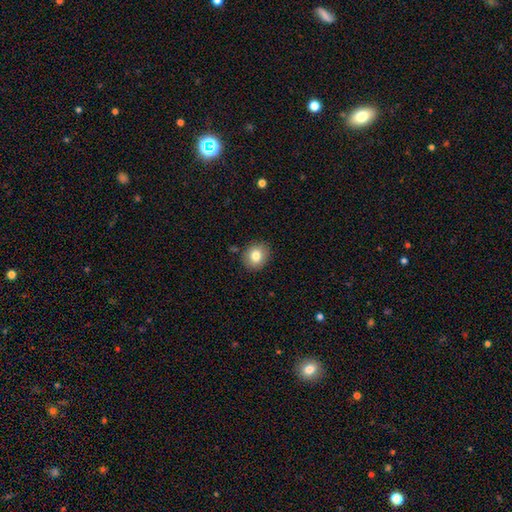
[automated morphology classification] Overall: smooth (80%). How rounded: round (72%). Merging: none (87%).